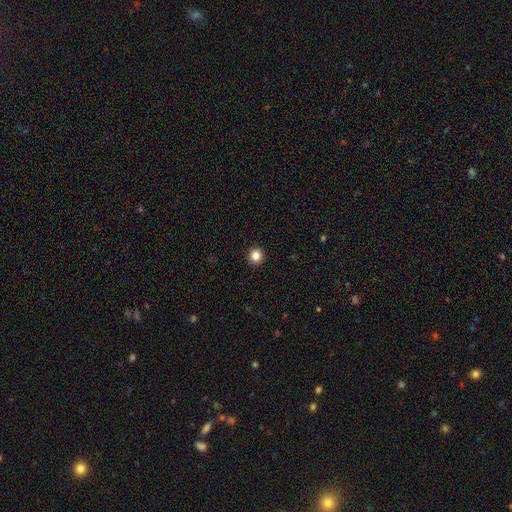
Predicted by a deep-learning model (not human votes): smooth 85%, star or artifact 11%, featured or disk 4%. Down the decision tree: how rounded — round (91%); merging — none (93%).